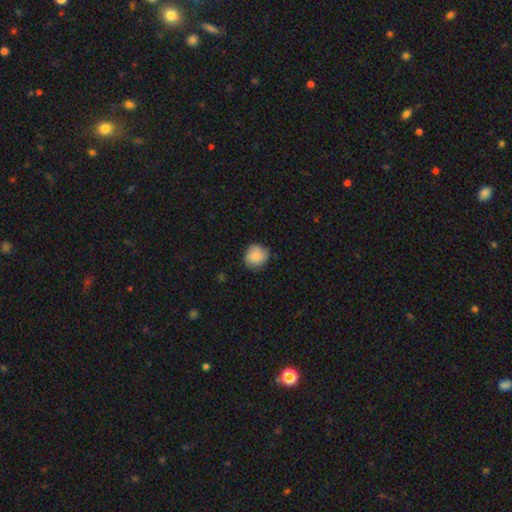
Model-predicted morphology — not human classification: Overall: smooth (88%). How rounded: round (87%). Merging: none (82%).